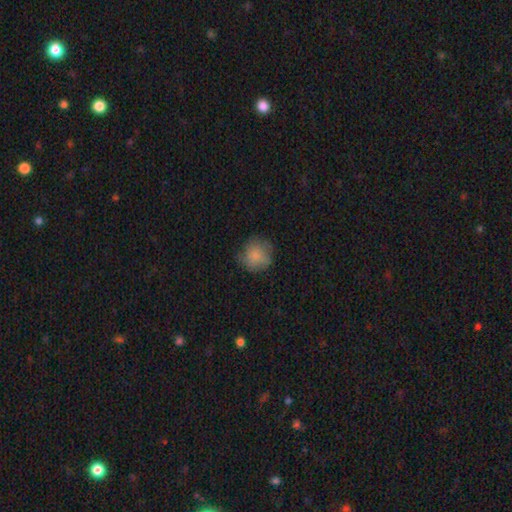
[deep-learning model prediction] Smooth or featured? smooth (80%)
How rounded? round (87%)
Merging? none (69%)